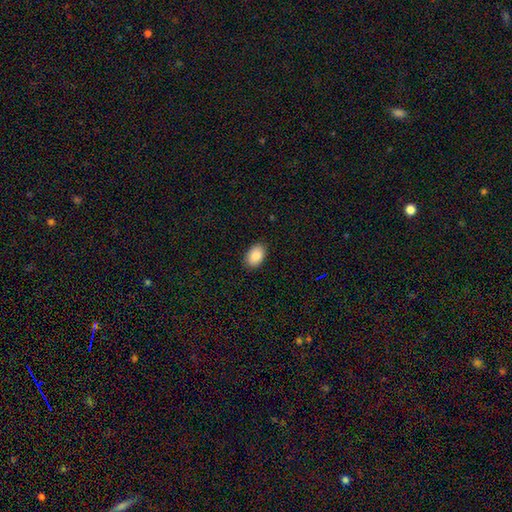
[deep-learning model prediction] This is clearly a smooth galaxy (88%). How rounded: clearly in between (89%). Merging: clearly none (88%).